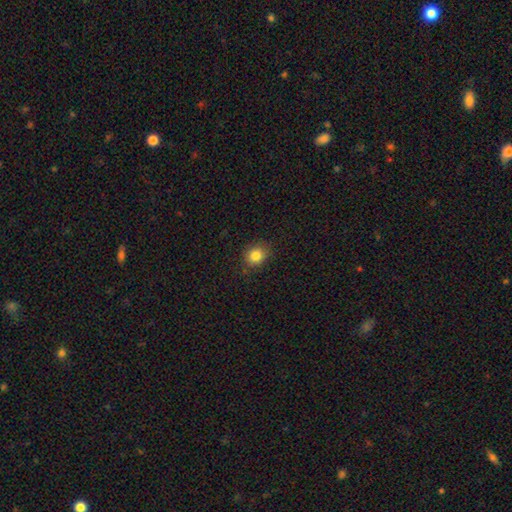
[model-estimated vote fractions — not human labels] Smooth or featured: smooth — 83% (star or artifact — 11%)
How rounded: round — 69% (in between — 30%)
Merging: none — 84% (minor disturbance — 12%)